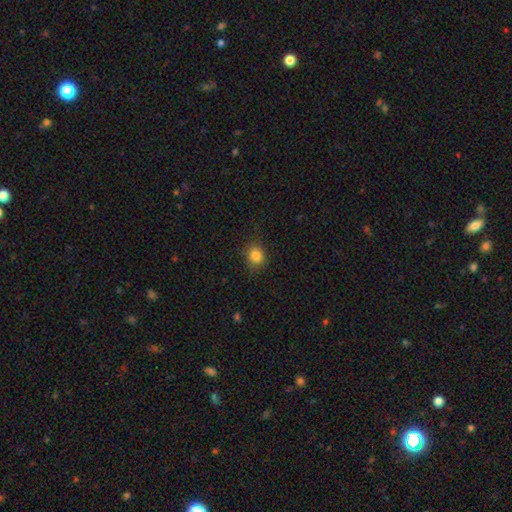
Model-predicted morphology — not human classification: Overall: smooth (84%). How rounded: round (64%; in between 35%). Merging: none (82%).